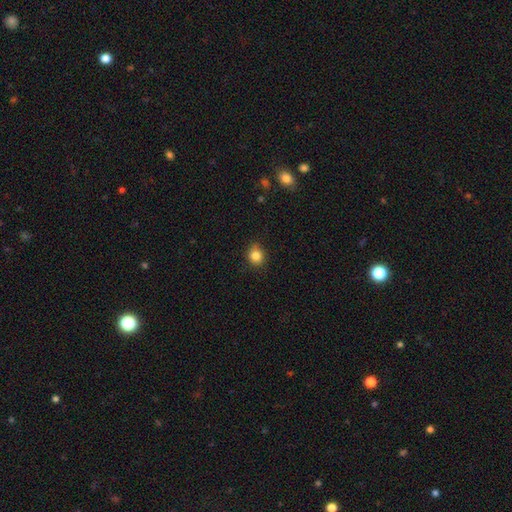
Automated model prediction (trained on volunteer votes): Smooth or featured? smooth (84%)
How rounded? round (74%)
Merging? none (83%)